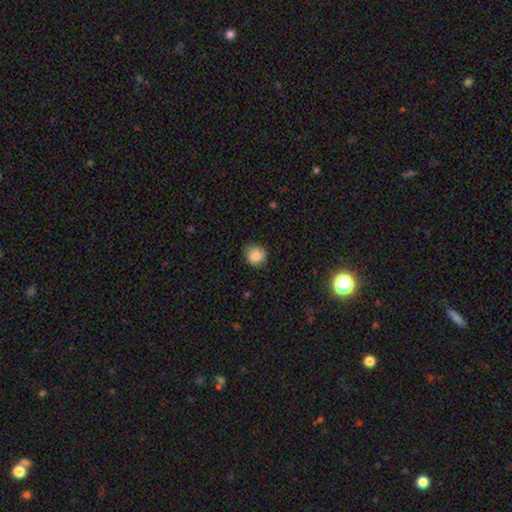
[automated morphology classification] Smooth or featured?
  - smooth: 82% *
  - featured or disk: 9%
  - star or artifact: 9%
How rounded?
  - round: 84% *
  - in between: 15%
  - cigar-shaped: 1%
Merging?
  - none: 77% *
  - minor disturbance: 19%
  - major disturbance: 3%
  - merger: 1%